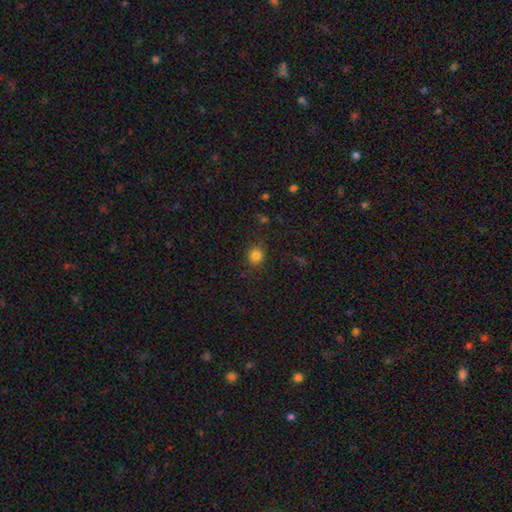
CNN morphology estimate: This is clearly a smooth galaxy (83%). How rounded: clearly round (85%). Merging: clearly none (88%).